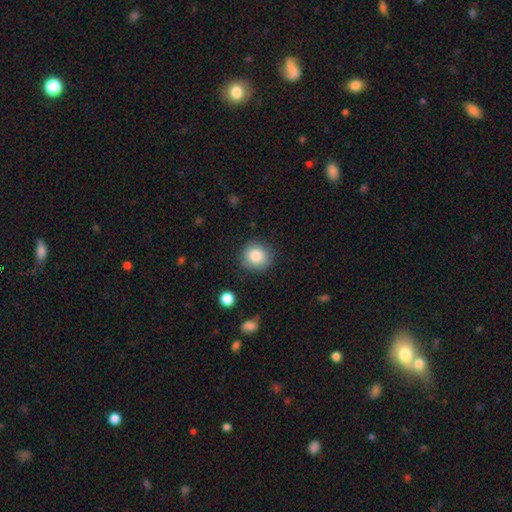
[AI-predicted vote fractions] A smooth galaxy with no disk features (85%) that is round (89%).

Vote fractions:
- Smooth or featured? smooth: 85% / star or artifact: 8% / featured or disk: 6%
- How rounded? round: 89% / in between: 11% / cigar-shaped: 1%
- Merging? none: 83% / minor disturbance: 12% / major disturbance: 3% / merger: 2%